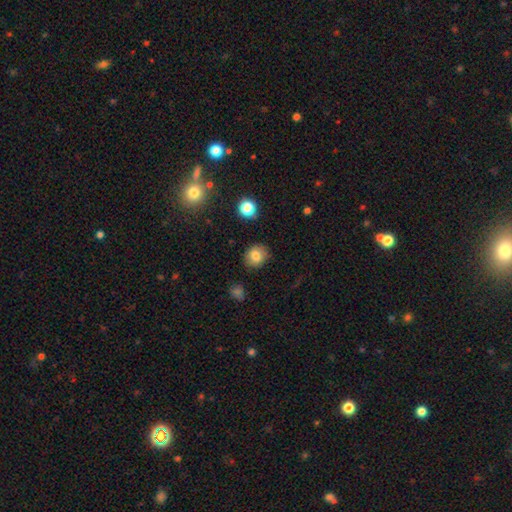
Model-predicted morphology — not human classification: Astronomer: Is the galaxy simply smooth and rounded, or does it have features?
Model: smooth — 80%.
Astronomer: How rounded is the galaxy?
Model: round — 73%.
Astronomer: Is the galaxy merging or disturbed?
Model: none — 86%.